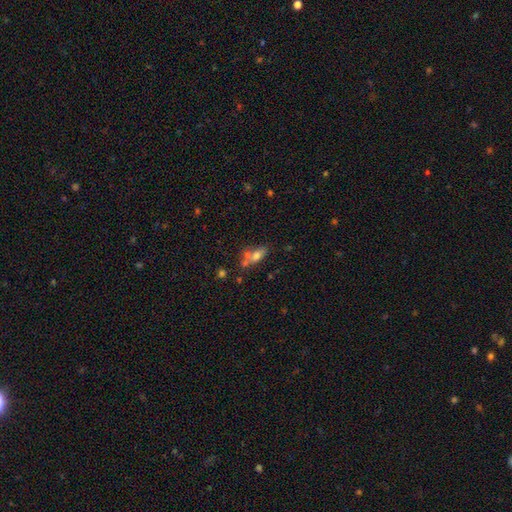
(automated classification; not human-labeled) Smooth or featured? smooth (62%)
How rounded? in between (75%)
Merging? none (43%)